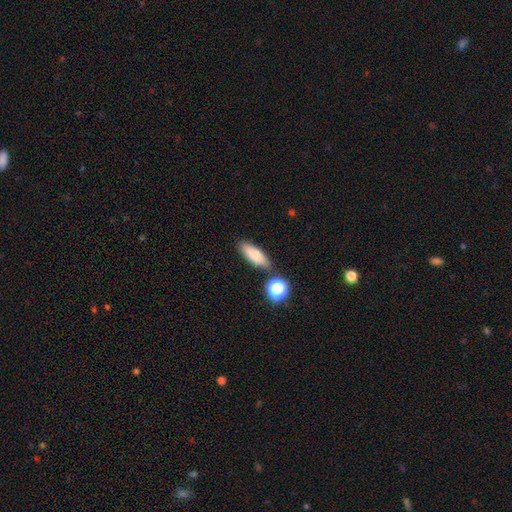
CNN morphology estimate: smooth_or_featured: smooth (p=0.81) [alt: featured or disk p=0.10]
how_rounded: in between (p=0.60) [alt: cigar-shaped p=0.36]
merging: none (p=0.79) [alt: minor disturbance p=0.12]